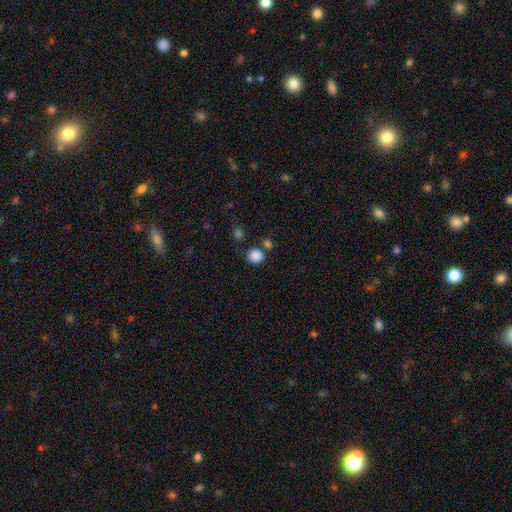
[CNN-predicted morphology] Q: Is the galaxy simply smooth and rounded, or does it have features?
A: smooth — 86%.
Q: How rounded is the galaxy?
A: round — 81%.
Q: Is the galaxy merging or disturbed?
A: none — 73%.